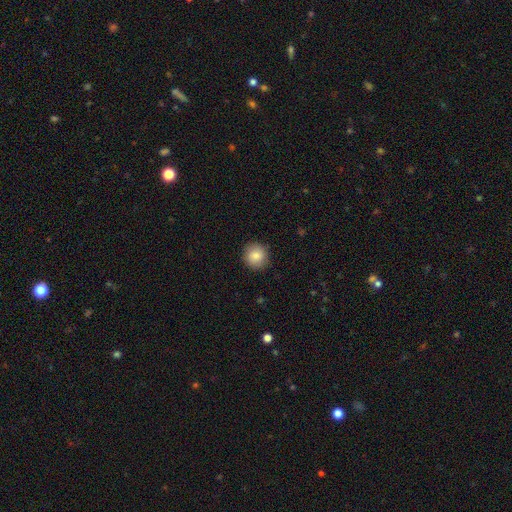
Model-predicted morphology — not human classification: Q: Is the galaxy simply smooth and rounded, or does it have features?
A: smooth — 84%.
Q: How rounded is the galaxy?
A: round — 92%.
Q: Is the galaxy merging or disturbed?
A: none — 90%.